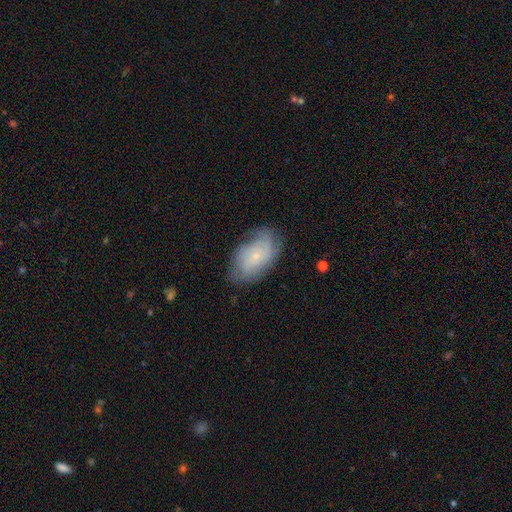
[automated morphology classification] Overall: featured or disk (55%; smooth 38%). Edge-on disk: no (95%). Bar: no (80%). Spiral arms: yes (79%). Bulge size: small (81%). Merging: none (65%; minor disturbance 25%).